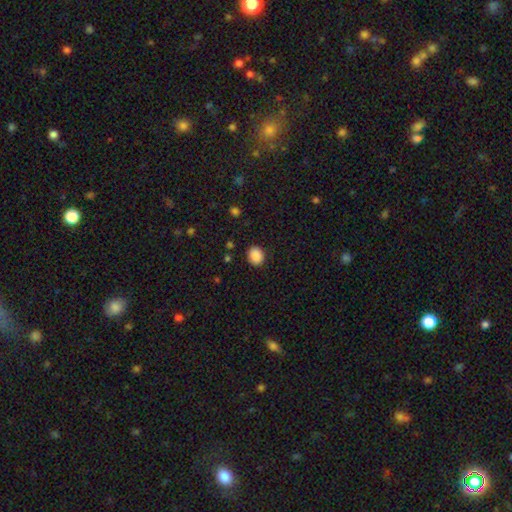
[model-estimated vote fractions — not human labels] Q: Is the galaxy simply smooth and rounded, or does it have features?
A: smooth — 89%.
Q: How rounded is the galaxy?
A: round — 60%.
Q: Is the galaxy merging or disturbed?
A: none — 88%.